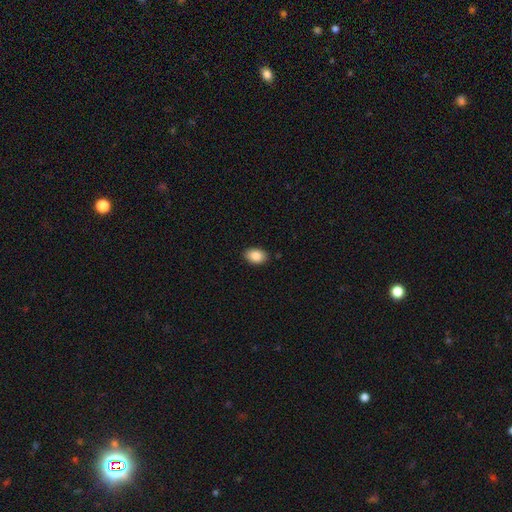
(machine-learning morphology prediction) smooth 87%, star or artifact 7%, featured or disk 6%. Down the decision tree: how rounded — in between (85%); merging — none (89%).